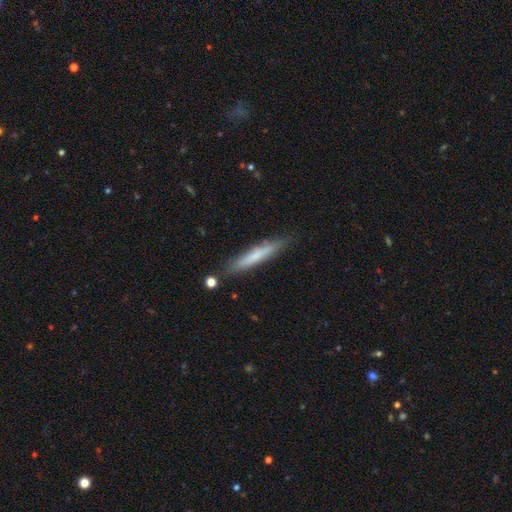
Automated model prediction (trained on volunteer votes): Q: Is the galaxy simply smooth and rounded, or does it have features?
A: smooth — 64%.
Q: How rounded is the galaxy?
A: cigar-shaped — 92%.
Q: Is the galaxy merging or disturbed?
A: none — 83%.